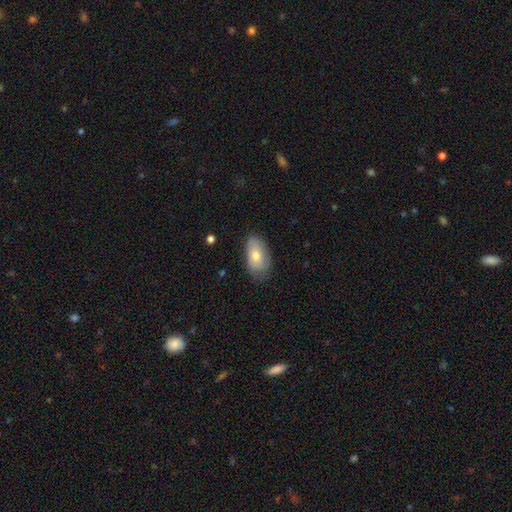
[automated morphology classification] This appears to be a smooth galaxy with no disk features (71%) that is in between round and cigar-shaped (92%). Merging: none (75%).